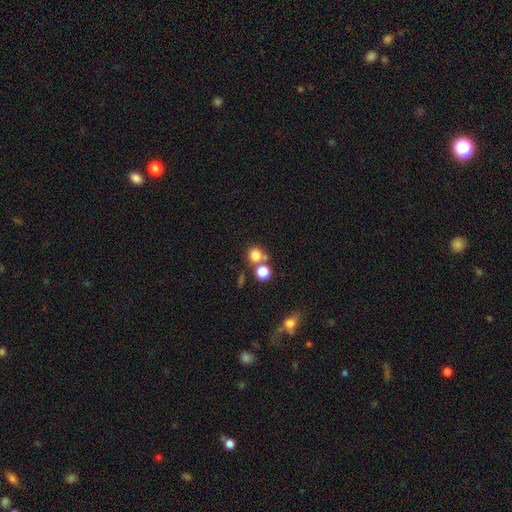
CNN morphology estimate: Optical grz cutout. It shows a smooth galaxy with no disk features (79%) that is round (85%). Merging: none (56%).